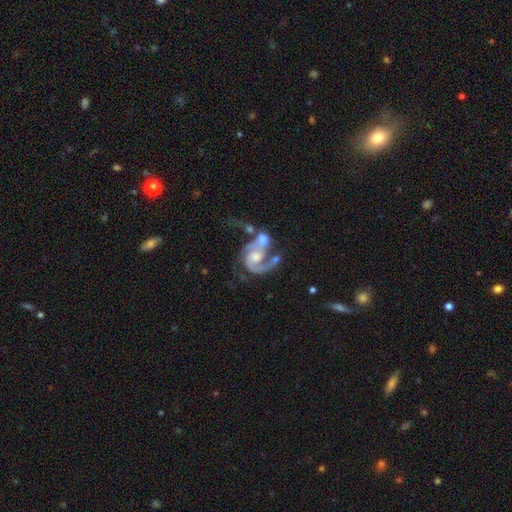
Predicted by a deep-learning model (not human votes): Smooth or featured? featured or disk (86%)
Edge-on disk? no (98%)
Bar? no (61%)
Spiral arms? yes (95%)
Spiral winding? medium (48%)
Spiral arm count? 2 (67%)
Bulge size? moderate (49%)
Merging? merger (45%)